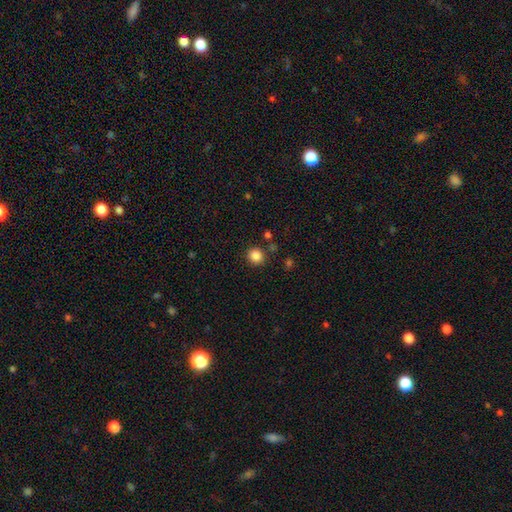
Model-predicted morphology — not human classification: smooth_or_featured: smooth (p=0.85) [alt: star or artifact p=0.11]
how_rounded: round (p=0.89) [alt: in between p=0.10]
merging: none (p=0.88) [alt: minor disturbance p=0.07]